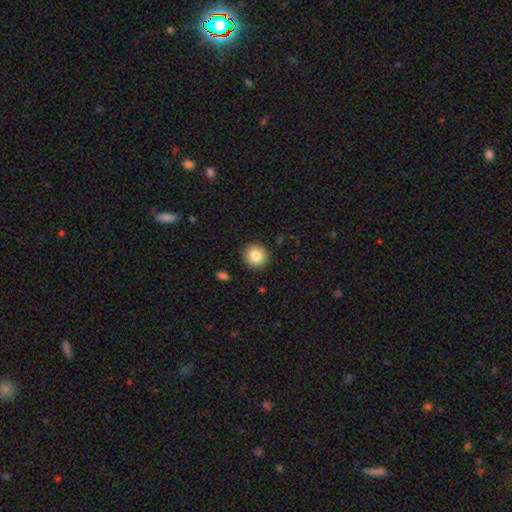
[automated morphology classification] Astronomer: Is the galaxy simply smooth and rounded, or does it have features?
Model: smooth — 84%.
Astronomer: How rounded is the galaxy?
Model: round — 92%.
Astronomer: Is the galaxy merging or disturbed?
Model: none — 91%.